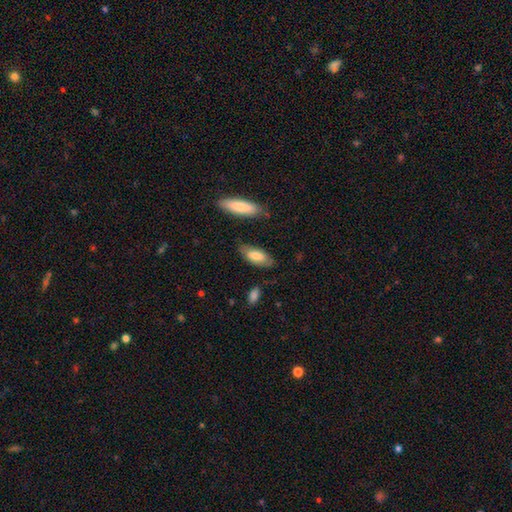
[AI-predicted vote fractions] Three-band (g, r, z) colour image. It shows a smooth galaxy with no disk features (76%) that is in between round and cigar-shaped (82%). Merging: none (74%).